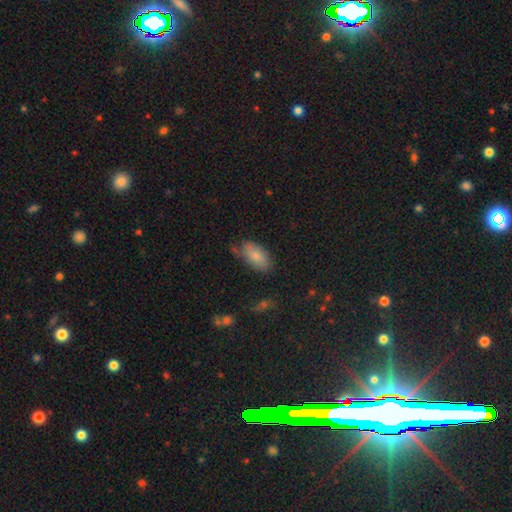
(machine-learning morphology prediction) Smooth or featured? smooth (80%)
How rounded? in between (93%)
Merging? none (60%)